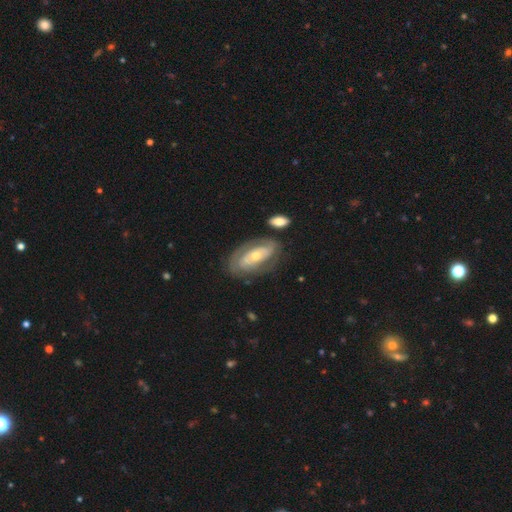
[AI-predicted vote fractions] featured or disk 70%, smooth 25%, star or artifact 6%. Down the decision tree: edge-on disk — no (90%); bar — no (62%); spiral arms — yes (63%); bulge size — moderate (53%); merging — none (69%).